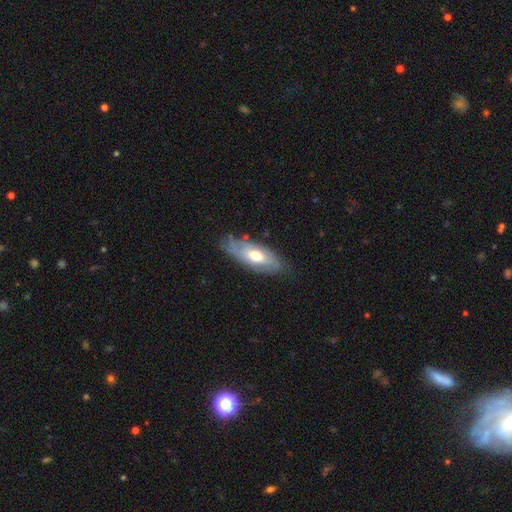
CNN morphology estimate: Smooth or featured? featured or disk (52%)
Edge-on disk? no (77%)
Merging? none (64%)